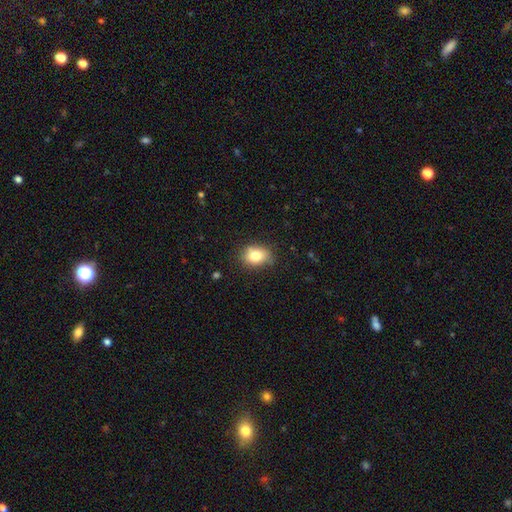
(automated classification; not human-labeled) A smooth galaxy with no disk features (80%) that is in between round and cigar-shaped (63%).

Vote fractions:
- Smooth or featured? smooth: 80% / featured or disk: 11% / star or artifact: 10%
- How rounded? in between: 63% / round: 36% / cigar-shaped: 1%
- Merging? none: 79% / minor disturbance: 17% / major disturbance: 3% / merger: 1%